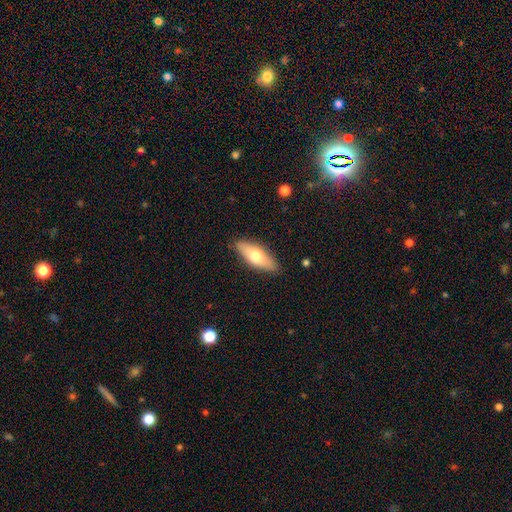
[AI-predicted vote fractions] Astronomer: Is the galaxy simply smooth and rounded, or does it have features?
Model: smooth — 62%.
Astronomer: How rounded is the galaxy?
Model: in between — 65%.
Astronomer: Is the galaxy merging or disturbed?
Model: none — 87%.